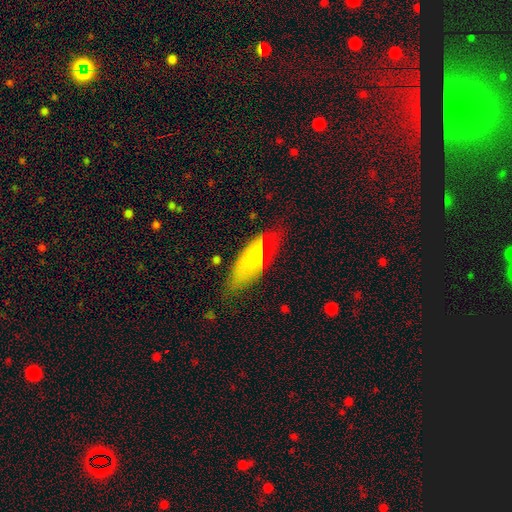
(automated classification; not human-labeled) smooth-or-featured: smooth: 65% | featured or disk: 27% | star or artifact: 8%
  how-rounded: in between: 68% | cigar-shaped: 29% | round: 3%
  merging: none: 55% | minor disturbance: 30% | major disturbance: 13% | merger: 3%